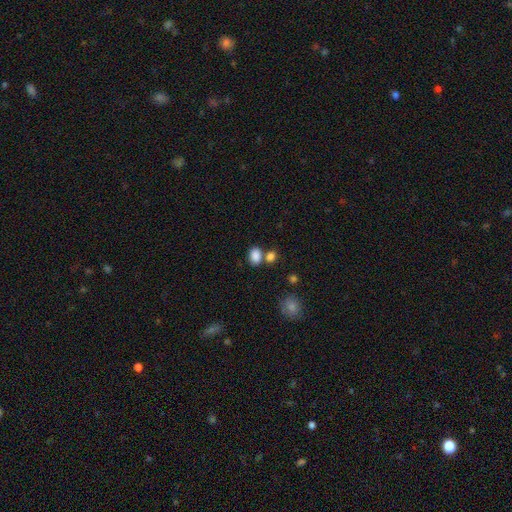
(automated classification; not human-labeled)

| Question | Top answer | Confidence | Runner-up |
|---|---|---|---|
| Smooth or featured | smooth | 85% | star or artifact (10%) |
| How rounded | in between | 71% | round (27%) |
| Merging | none | 54% | merger (31%) |